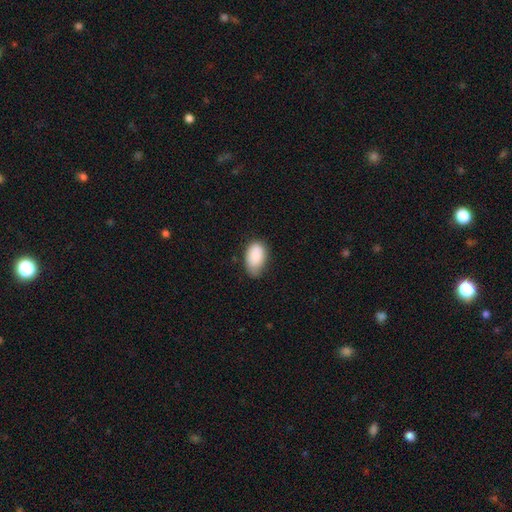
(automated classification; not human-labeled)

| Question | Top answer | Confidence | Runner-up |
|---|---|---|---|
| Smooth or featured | smooth | 84% | featured or disk (10%) |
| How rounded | in between | 92% | round (6%) |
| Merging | none | 59% | minor disturbance (34%) |